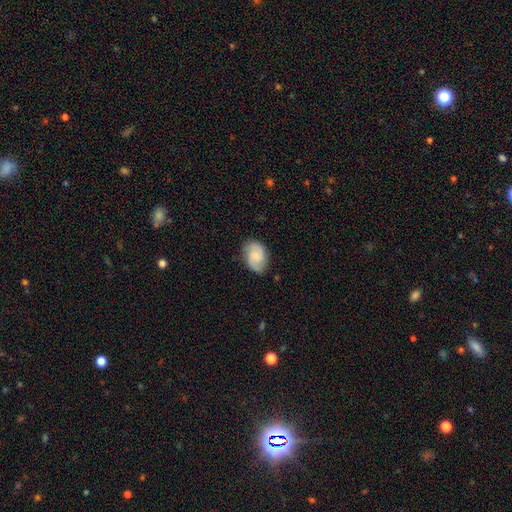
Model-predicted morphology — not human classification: This appears to be a featured or disk galaxy (55%) with no bar (60%), spiral arms (92%) and a small central bulge (51%). Merging: none (76%).